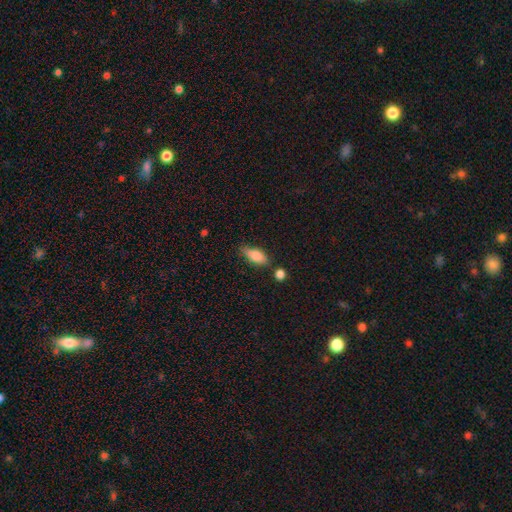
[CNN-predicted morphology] smooth 83%, featured or disk 9%, star or artifact 7%. Down the decision tree: how rounded — in between (82%); merging — none (62%).